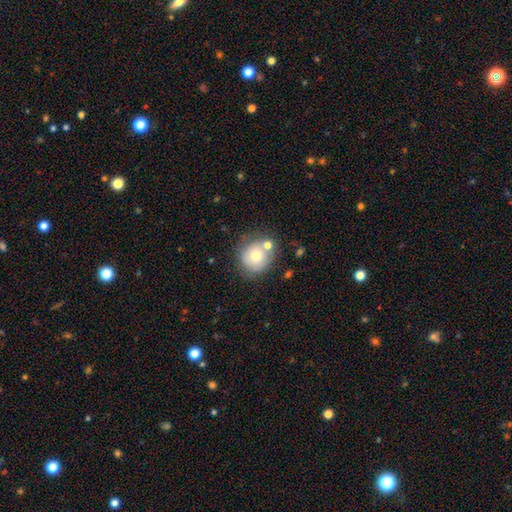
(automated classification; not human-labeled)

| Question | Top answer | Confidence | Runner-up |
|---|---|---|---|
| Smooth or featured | smooth | 68% | featured or disk (23%) |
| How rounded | round | 83% | in between (16%) |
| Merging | none | 59% | minor disturbance (18%) |